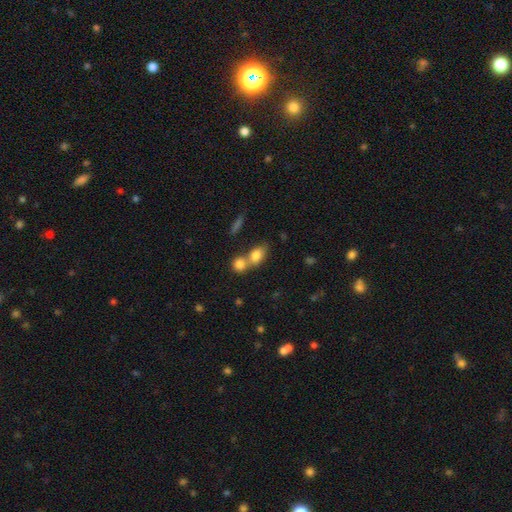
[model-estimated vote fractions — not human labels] This appears to be a smooth galaxy with no disk features (80%) that is in between round and cigar-shaped (72%). Merging: merger (56%).